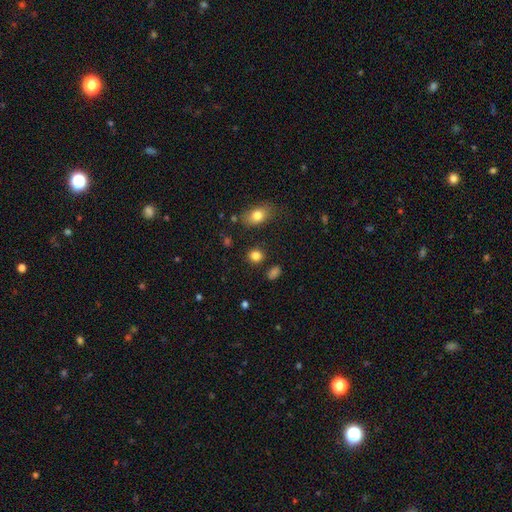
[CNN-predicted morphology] Smooth or featured? smooth (84%)
How rounded? round (70%)
Merging? none (85%)